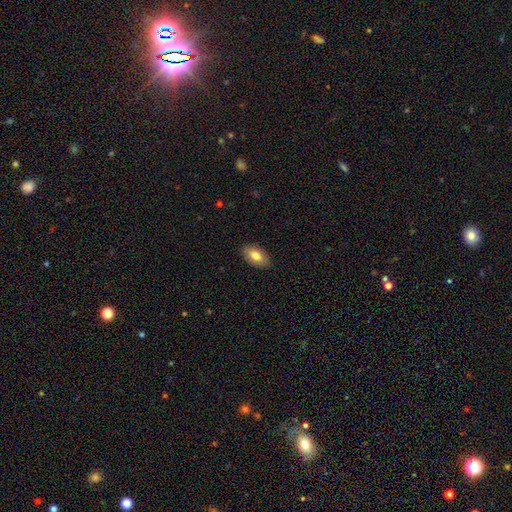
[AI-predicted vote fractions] Smooth or featured? smooth (80%)
How rounded? in between (93%)
Merging? none (88%)